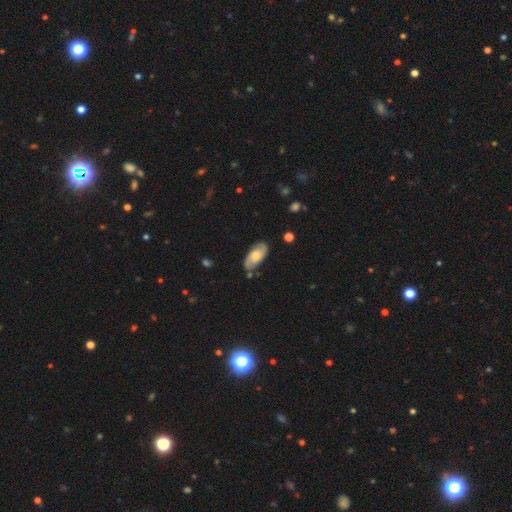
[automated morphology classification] Overall: featured or disk (54%; smooth 39%). Edge-on disk: no (92%). Merging: none (75%).